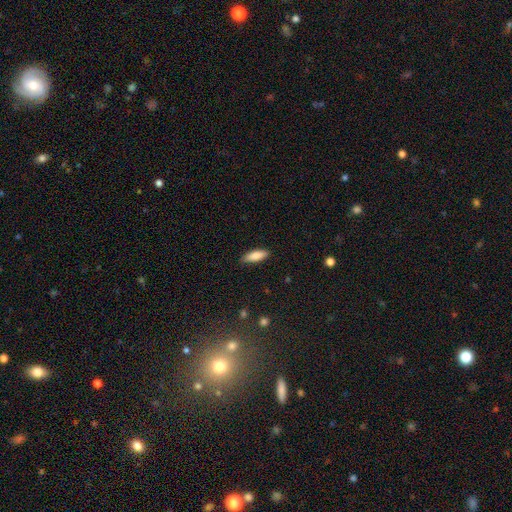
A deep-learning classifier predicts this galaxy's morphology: Smooth or featured: smooth — 86% (featured or disk — 8%)
How rounded: in between — 62% (cigar-shaped — 36%)
Merging: none — 86% (minor disturbance — 11%)